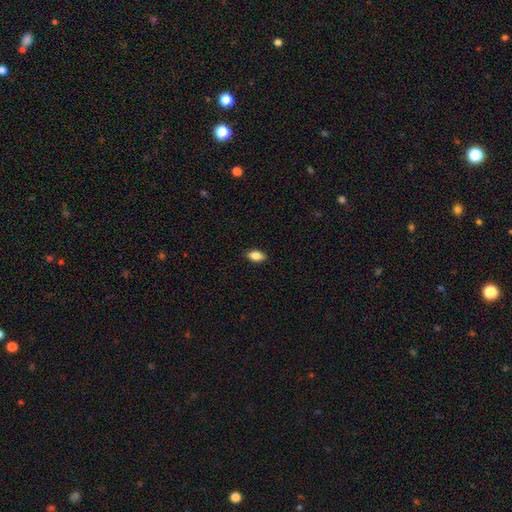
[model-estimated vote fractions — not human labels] smooth_or_featured: smooth (p=0.84) [alt: featured or disk p=0.08]
how_rounded: in between (p=0.90) [alt: cigar-shaped p=0.05]
merging: none (p=0.89) [alt: minor disturbance p=0.09]